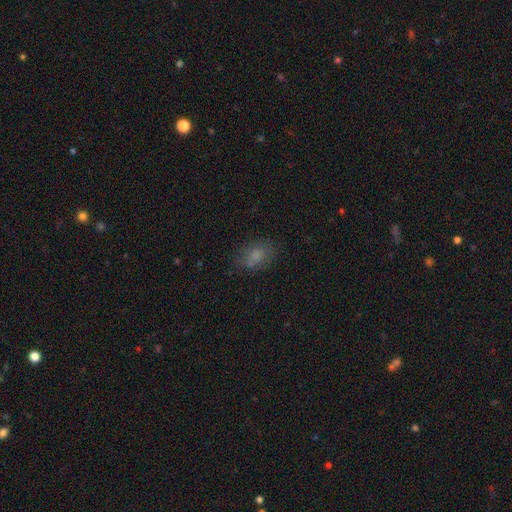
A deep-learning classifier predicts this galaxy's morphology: Smooth or featured?
  - smooth: 76% *
  - star or artifact: 13%
  - featured or disk: 11%
How rounded?
  - in between: 79% *
  - round: 19%
  - cigar-shaped: 2%
Merging?
  - none: 70% *
  - minor disturbance: 18%
  - major disturbance: 7%
  - merger: 4%